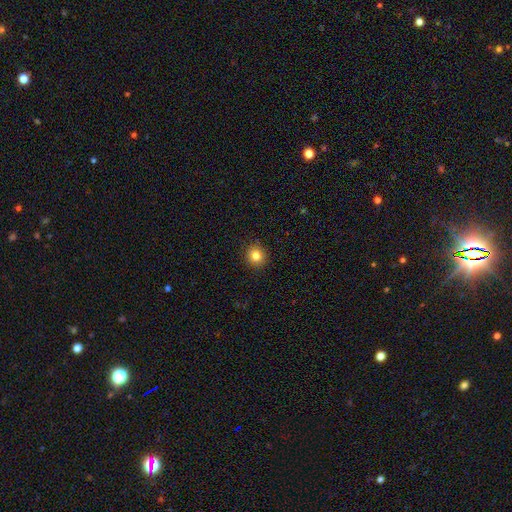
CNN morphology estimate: smooth-or-featured: smooth: 83% | star or artifact: 11% | featured or disk: 6%
  how-rounded: round: 90% | in between: 9% | cigar-shaped: 1%
  merging: none: 91% | minor disturbance: 6% | major disturbance: 2% | merger: 1%